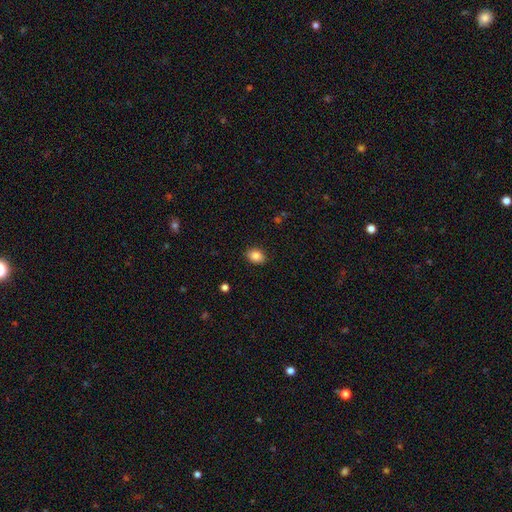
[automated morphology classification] Smooth or featured? Predicted: smooth (p=0.86). How rounded? Predicted: in between (p=0.69). Merging? Predicted: none (p=0.87).